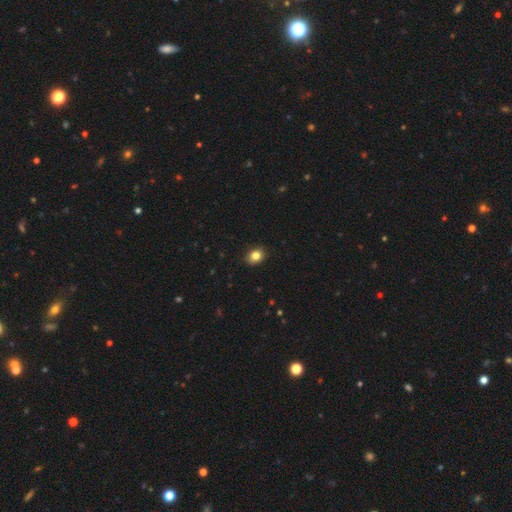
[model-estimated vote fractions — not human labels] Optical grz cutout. It shows a smooth galaxy with no disk features (84%) that is in between round and cigar-shaped (50%). Merging: none (89%).